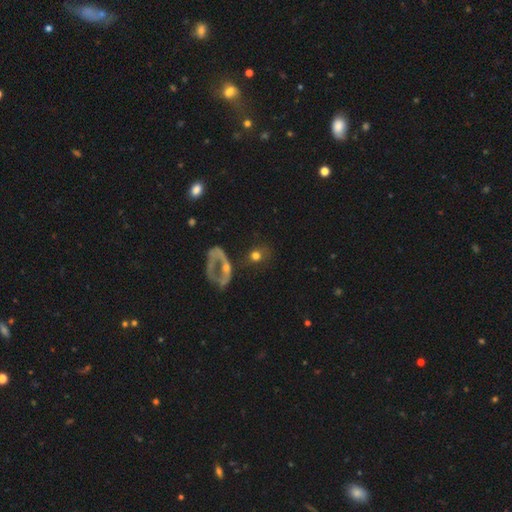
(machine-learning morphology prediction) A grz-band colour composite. It shows a smooth galaxy with no disk features (62%) that is round (78%). Merging: none (56%).